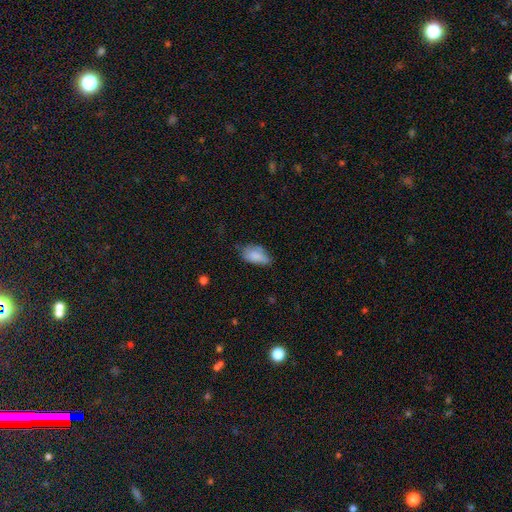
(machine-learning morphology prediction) Q: Smooth or featured?
A: smooth (80%); runner-up: featured or disk (13%)
Q: How rounded?
A: in between (92%); runner-up: round (5%)
Q: Merging?
A: none (48%); runner-up: minor disturbance (37%)